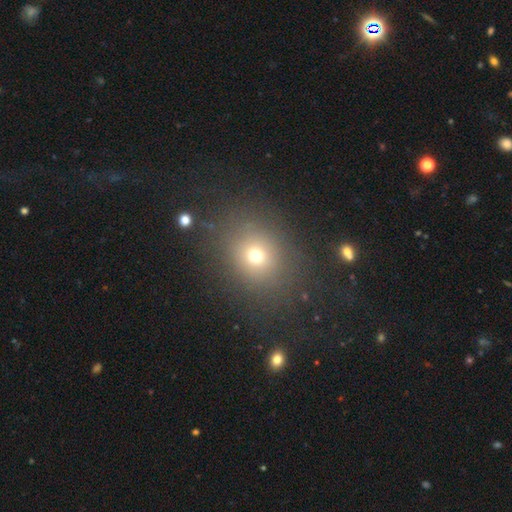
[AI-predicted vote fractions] Overall: smooth (69%). How rounded: round (66%; in between 33%). Merging: none (80%).